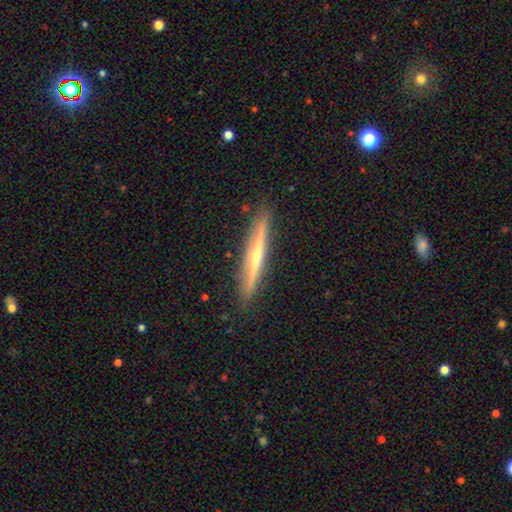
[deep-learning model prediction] featured or disk 67%, smooth 27%, star or artifact 6%. Down the decision tree: edge-on disk — yes (96%); edge-on bulge — rounded (69%); merging — none (90%).